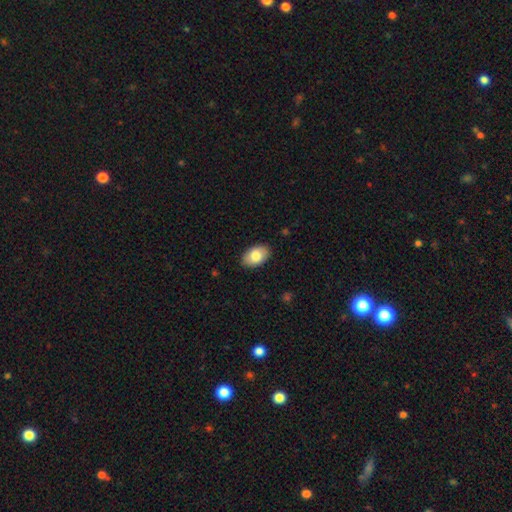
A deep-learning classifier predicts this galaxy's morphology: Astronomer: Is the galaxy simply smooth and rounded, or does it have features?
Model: smooth — 82%.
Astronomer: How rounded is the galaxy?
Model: in between — 92%.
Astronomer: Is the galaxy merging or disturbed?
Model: none — 88%.